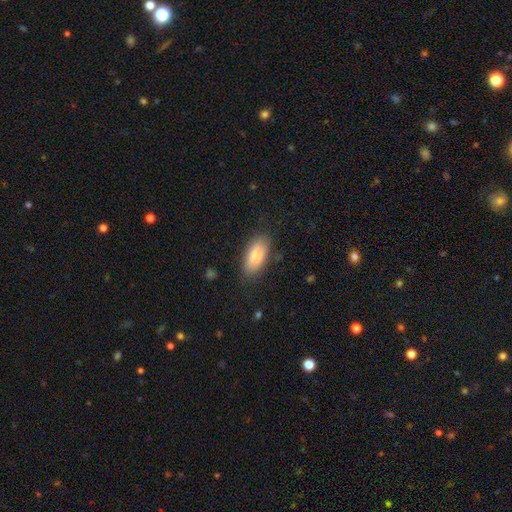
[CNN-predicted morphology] type=smooth (75%); roundness=in between (85%); merging=none (79%).